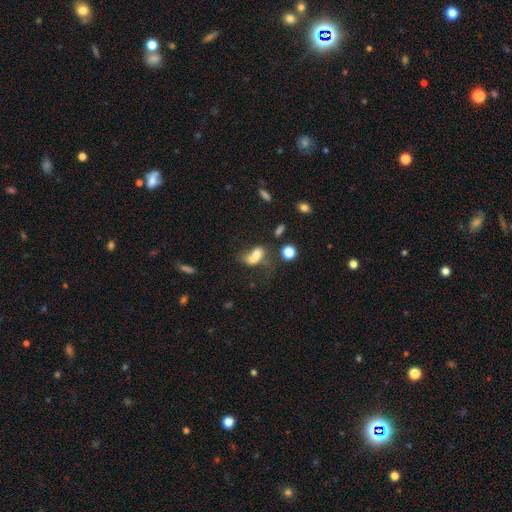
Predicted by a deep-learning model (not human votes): This appears to be a smooth galaxy with no disk features (63%) that is in between round and cigar-shaped (71%). Merging: merger (50%).